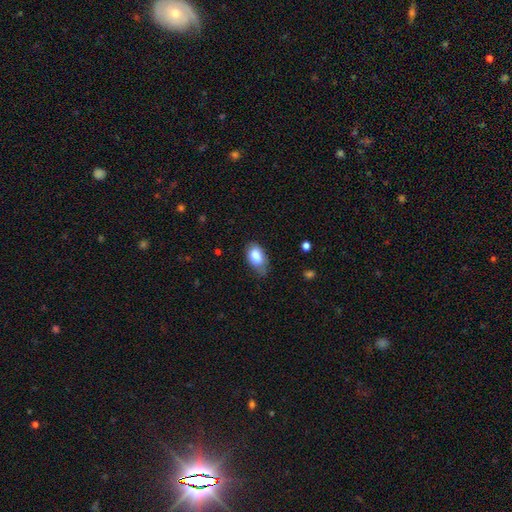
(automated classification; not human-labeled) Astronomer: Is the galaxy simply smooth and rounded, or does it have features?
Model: smooth — 84%.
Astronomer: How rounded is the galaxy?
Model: in between — 90%.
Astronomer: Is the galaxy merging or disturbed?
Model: none — 55% (runner-up: minor disturbance, 35%).